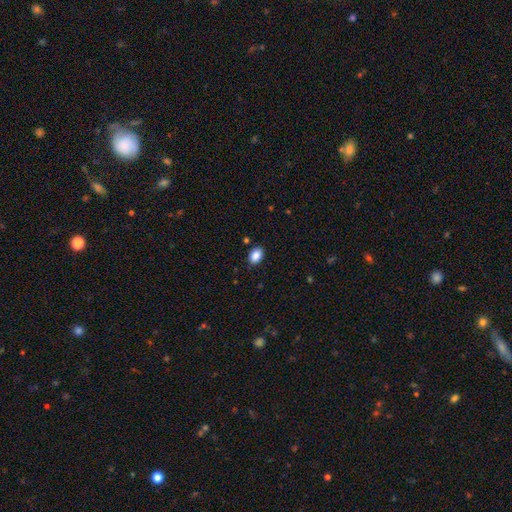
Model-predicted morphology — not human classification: This appears to be a smooth galaxy with no disk features (89%) that is in between round and cigar-shaped (84%). Merging: none (87%).